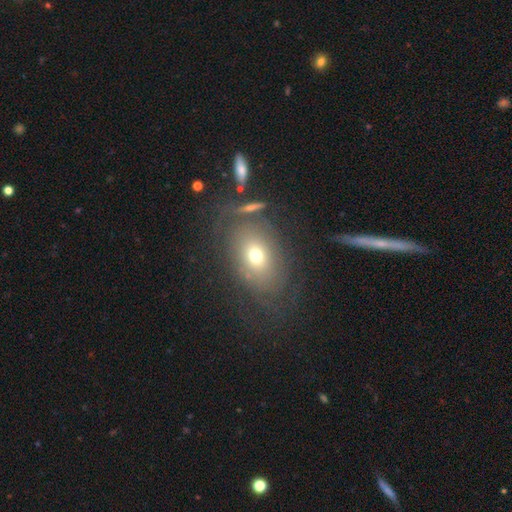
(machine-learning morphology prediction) A smooth galaxy with no disk features (59%) that is in between round and cigar-shaped (70%).

Vote fractions:
- Smooth or featured? smooth: 59% / featured or disk: 27% / star or artifact: 14%
- How rounded? in between: 70% / round: 28% / cigar-shaped: 2%
- Merging? none: 66% / minor disturbance: 16% / major disturbance: 13% / merger: 5%